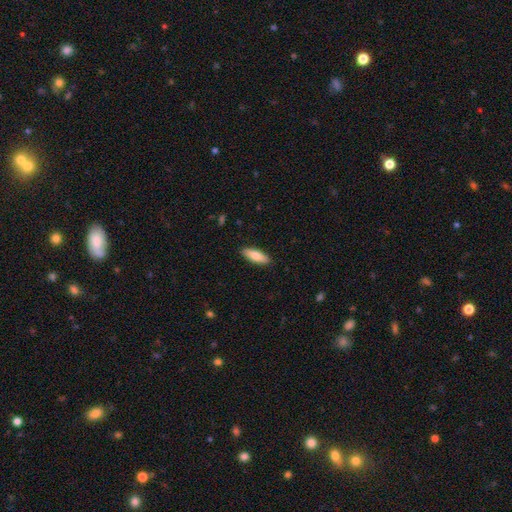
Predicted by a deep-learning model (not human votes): A smooth galaxy with no disk features (82%) that is in between round and cigar-shaped (66%).

Vote fractions:
- Smooth or featured? smooth: 82% / featured or disk: 13% / star or artifact: 6%
- How rounded? in between: 66% / cigar-shaped: 33% / round: 2%
- Merging? none: 90% / minor disturbance: 8% / major disturbance: 2% / merger: 1%